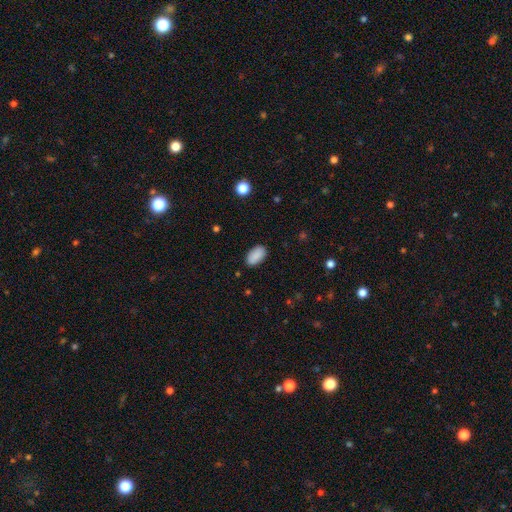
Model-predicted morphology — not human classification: This appears to be a smooth galaxy with no disk features (89%) that is in between round and cigar-shaped (94%). Merging: none (86%).